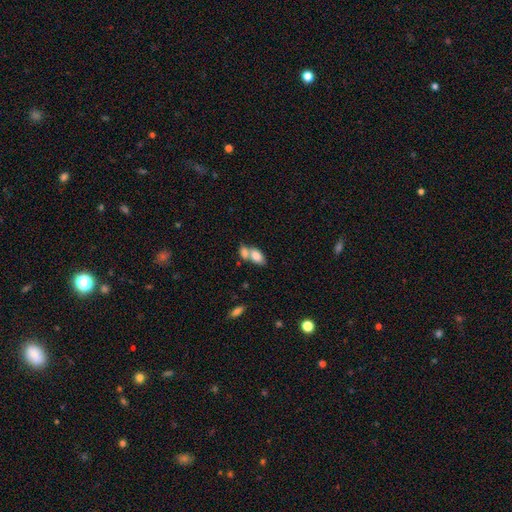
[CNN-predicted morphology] Overall: smooth (78%). How rounded: in between (90%). Merging: merger (60%; none 27%).